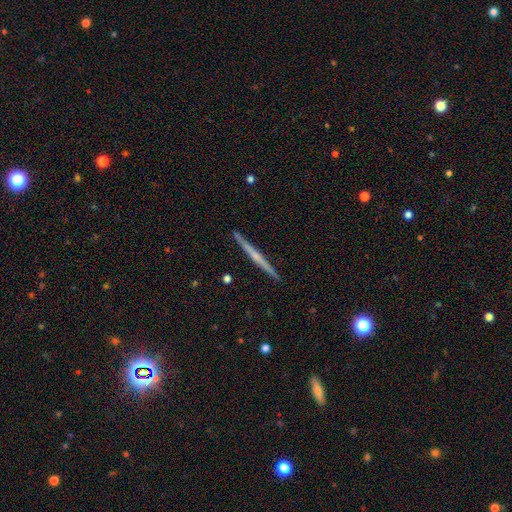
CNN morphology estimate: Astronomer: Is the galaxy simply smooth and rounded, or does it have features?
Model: featured or disk — 68%.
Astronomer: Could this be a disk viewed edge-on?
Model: yes — 98%.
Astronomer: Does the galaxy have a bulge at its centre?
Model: none — 50% (runner-up: rounded, 41%).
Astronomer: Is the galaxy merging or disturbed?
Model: none — 92%.